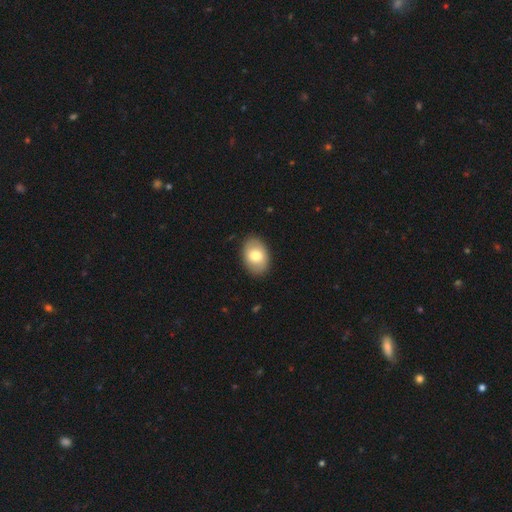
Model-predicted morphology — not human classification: This appears to be a smooth galaxy with no disk features (75%) that is in between round and cigar-shaped (83%). Merging: none (88%).